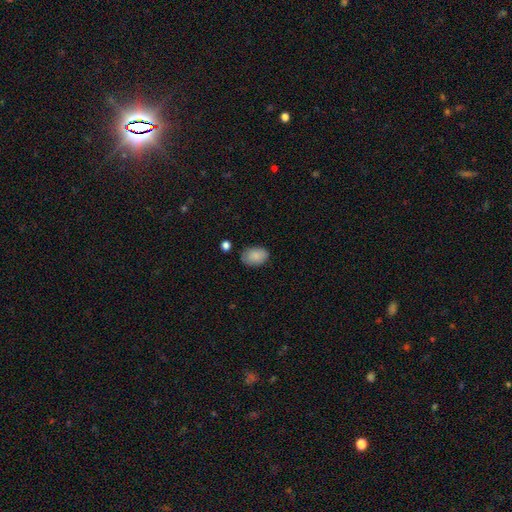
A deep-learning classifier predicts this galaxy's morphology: A smooth galaxy with no disk features (86%) that is in between round and cigar-shaped (85%). Merging: none (78%).